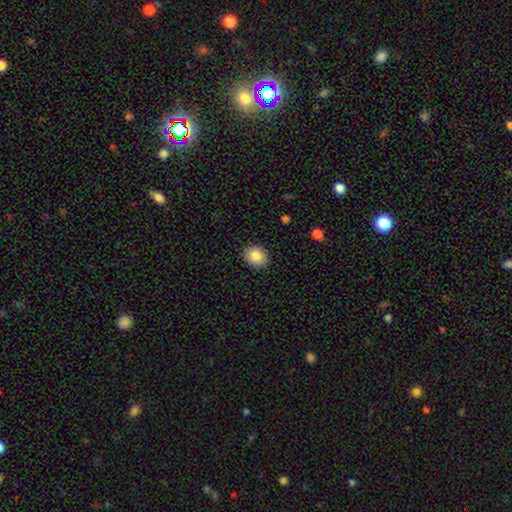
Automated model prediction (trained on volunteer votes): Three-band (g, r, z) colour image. It shows a smooth galaxy with no disk features (83%) that is round (57%). Merging: none (90%).